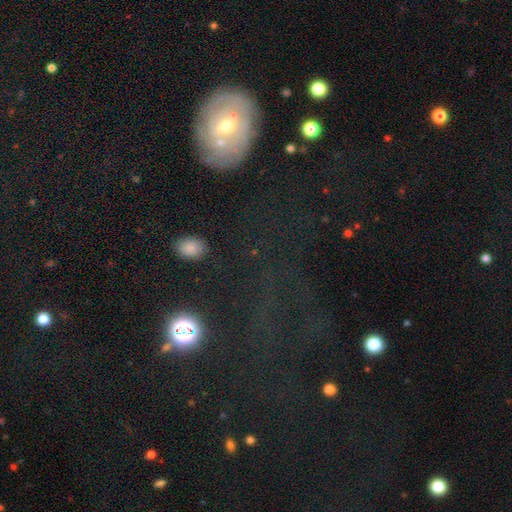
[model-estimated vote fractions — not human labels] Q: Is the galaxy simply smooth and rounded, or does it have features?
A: star or artifact — 39%.